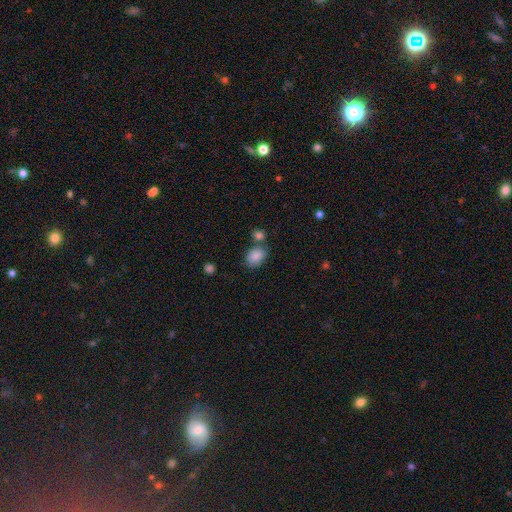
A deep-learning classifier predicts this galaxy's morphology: smooth_or_featured: smooth (p=0.87) [alt: star or artifact p=0.08]
how_rounded: in between (p=0.64) [alt: round p=0.35]
merging: none (p=0.62) [alt: merger p=0.17]